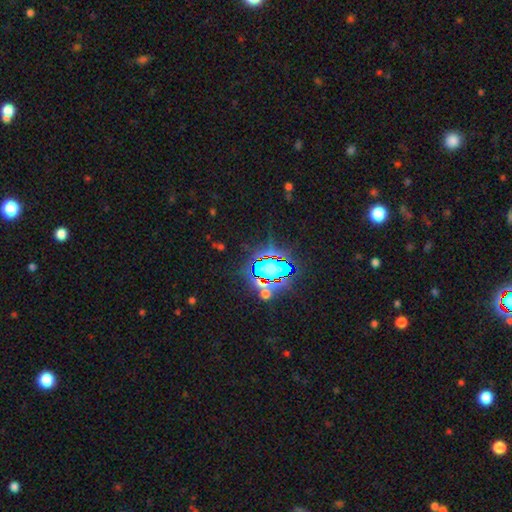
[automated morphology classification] smooth_or_featured: star or artifact (p=0.82) [alt: smooth p=0.11]